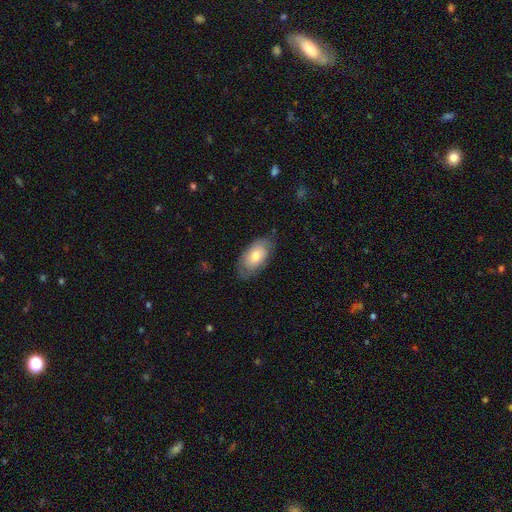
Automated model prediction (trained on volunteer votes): Smooth or featured: smooth — 67% (featured or disk — 26%)
How rounded: in between — 93% (round — 4%)
Merging: none — 72% (minor disturbance — 21%)